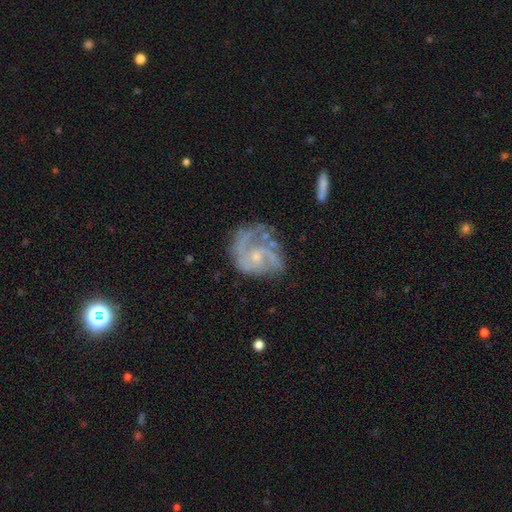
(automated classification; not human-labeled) Overall: featured or disk (81%). Edge-on disk: no (98%). Bar: no (69%). Spiral arms: yes (89%). Spiral arm count: 2 (46%; can't tell 20%). Spiral winding: medium (45%; tight 34%). Bulge size: small (62%; moderate 28%). Merging: none (50%; major disturbance 23%).